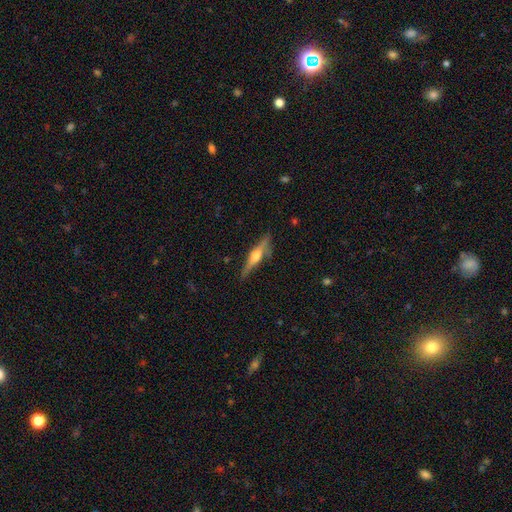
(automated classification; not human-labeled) Smooth or featured: featured or disk — 69% (smooth — 25%)
Edge-on disk: yes — 97% (no — 3%)
Edge-on bulge: rounded — 90% (boxy — 6%)
Merging: none — 82% (minor disturbance — 13%)